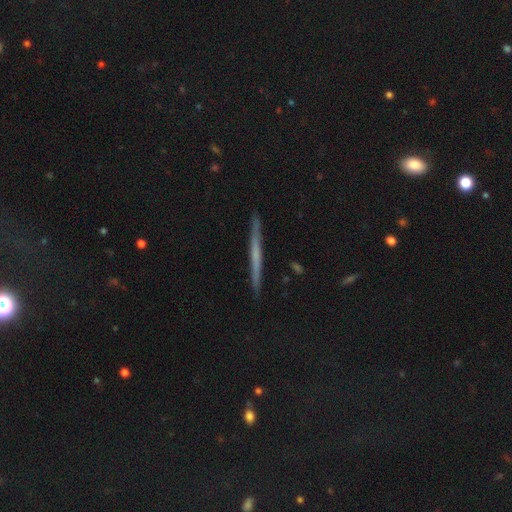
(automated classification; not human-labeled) Morphology: type=featured or disk (56%); edge-on=yes (98%); edge-on bulge=none (85%); merging=none (91%).